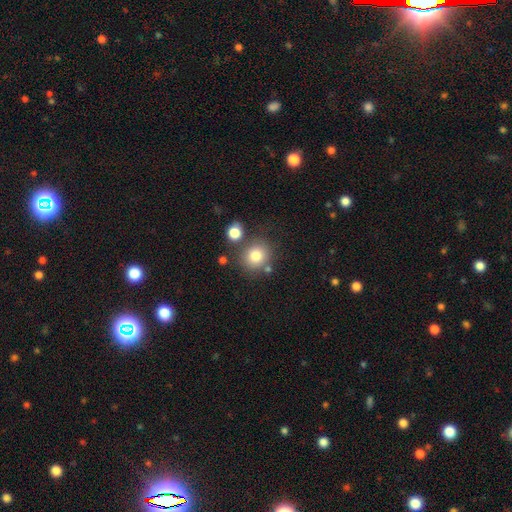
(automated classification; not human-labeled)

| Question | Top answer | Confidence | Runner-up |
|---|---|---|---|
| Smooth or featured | smooth | 79% | star or artifact (11%) |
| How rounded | round | 84% | in between (15%) |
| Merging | none | 73% | merger (12%) |